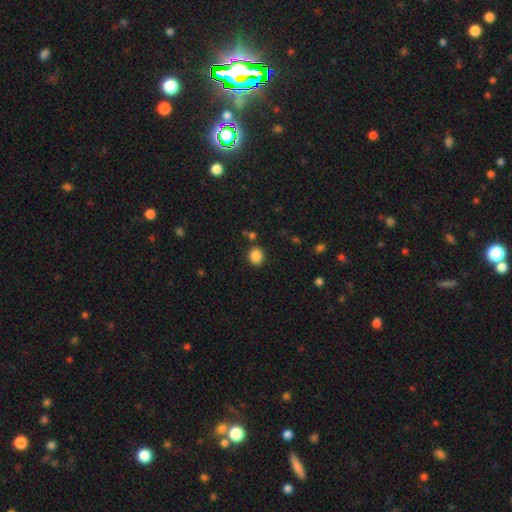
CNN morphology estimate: A smooth galaxy with no disk features (87%) that is round (69%). Merging: none (83%).